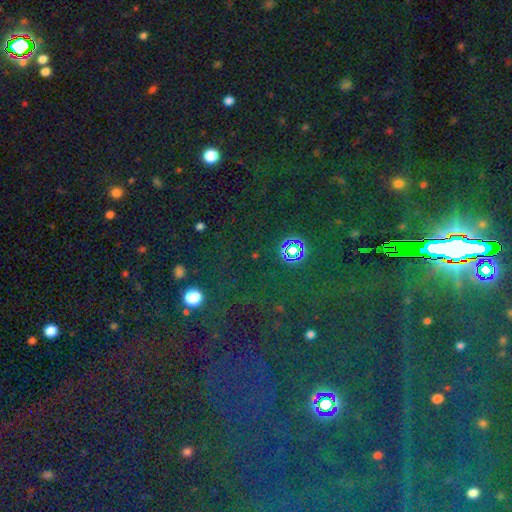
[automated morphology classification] This appears to be a star or artifact, not a galaxy (68%).